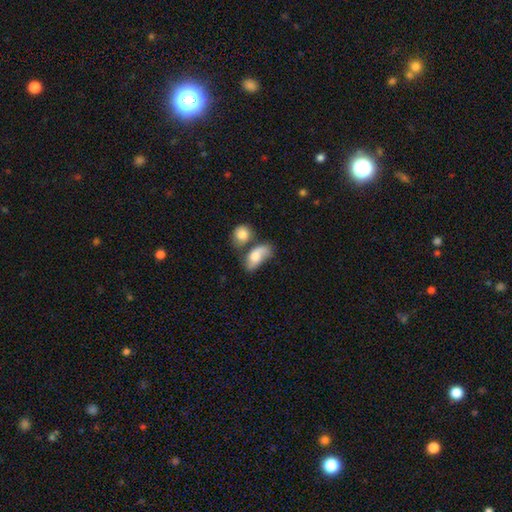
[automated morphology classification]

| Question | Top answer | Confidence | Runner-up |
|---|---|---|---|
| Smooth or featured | smooth | 68% | featured or disk (24%) |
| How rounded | in between | 85% | round (10%) |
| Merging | merger | 35% | none (32%) |